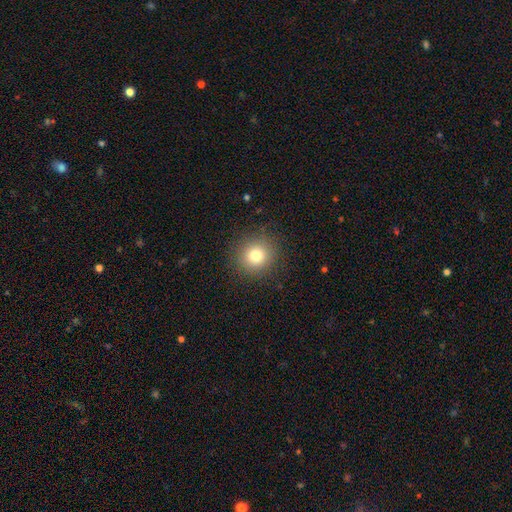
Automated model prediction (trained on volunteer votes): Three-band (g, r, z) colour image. It shows a smooth galaxy with no disk features (78%) that is round (91%). Merging: none (90%).